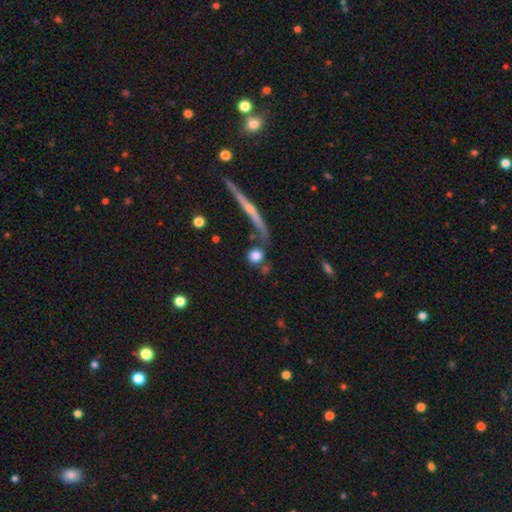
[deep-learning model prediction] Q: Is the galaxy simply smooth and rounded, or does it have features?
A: smooth — 78%.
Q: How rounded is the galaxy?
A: round — 82%.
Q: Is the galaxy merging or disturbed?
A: none — 67%.